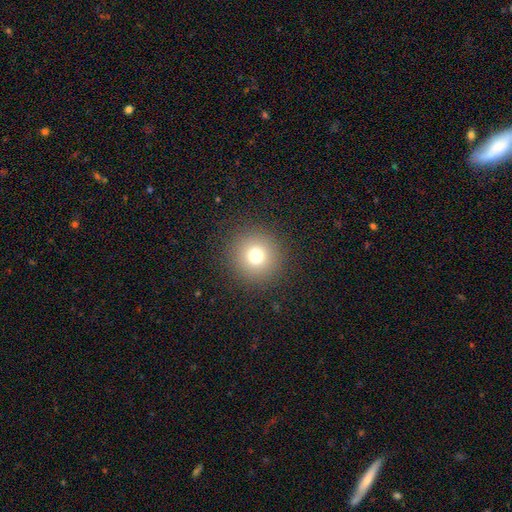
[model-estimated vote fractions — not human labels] Morphology: type=smooth (75%); roundness=round (95%); merging=none (91%).